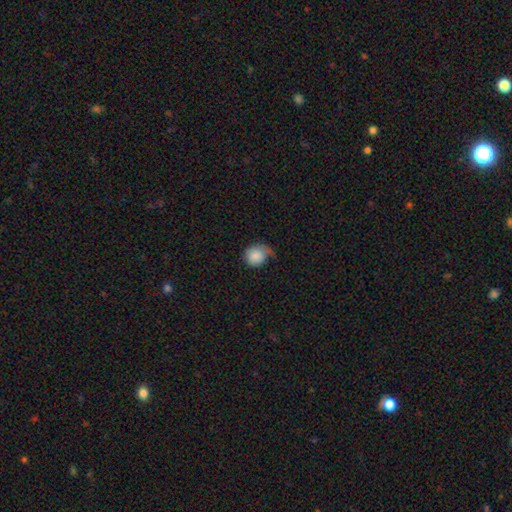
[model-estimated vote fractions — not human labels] This is clearly a smooth galaxy (83%). How rounded: likely round (77%). Merging: marginally minor disturbance (39%).